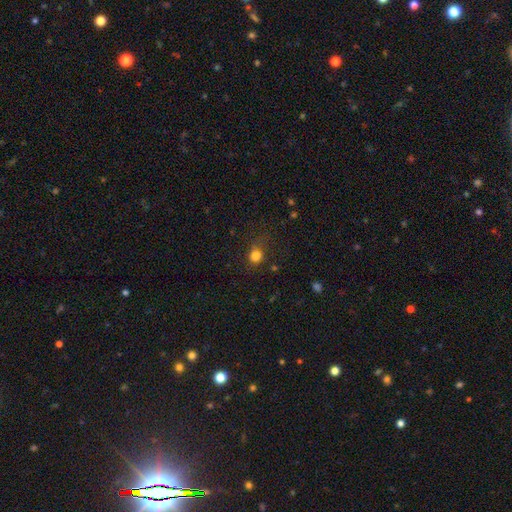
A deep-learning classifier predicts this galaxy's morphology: smooth 81%, star or artifact 14%, featured or disk 6%. Down the decision tree: how rounded — round (78%); merging — none (63%).